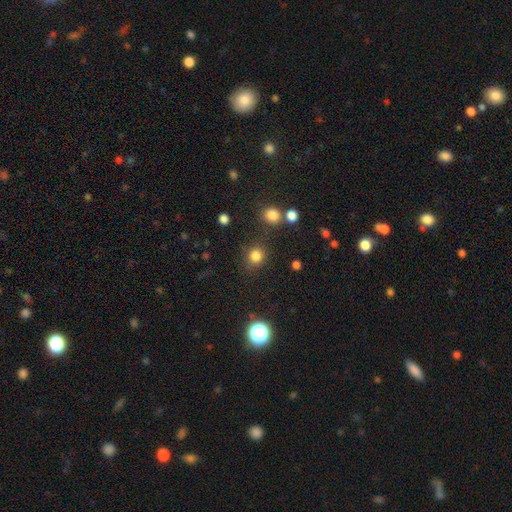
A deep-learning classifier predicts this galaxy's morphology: Smooth or featured?
  - smooth: 80% *
  - star or artifact: 15%
  - featured or disk: 5%
How rounded?
  - round: 86% *
  - in between: 13%
  - cigar-shaped: 1%
Merging?
  - none: 80% *
  - minor disturbance: 10%
  - merger: 5%
  - major disturbance: 5%